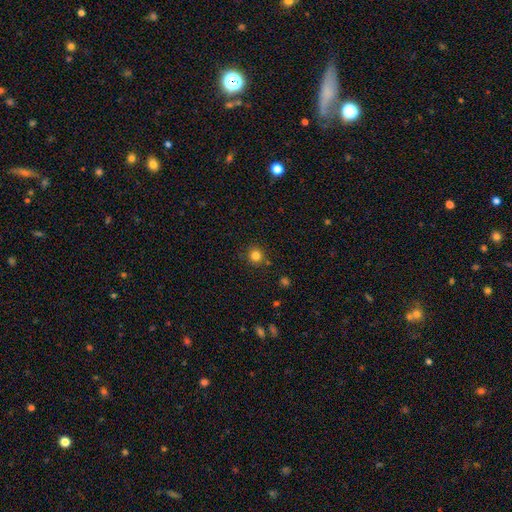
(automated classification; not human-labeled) The model was most divided on "smooth or featured": smooth: 82%, star or artifact: 13%, featured or disk: 5%. More confident: how rounded — round (91%); merging — none (84%).